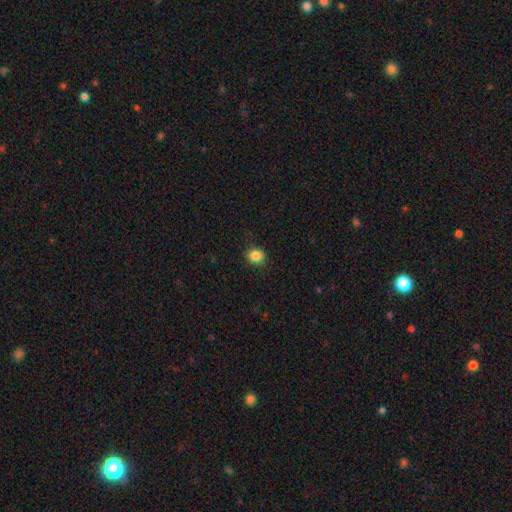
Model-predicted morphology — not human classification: Q: Smooth or featured?
A: smooth (85%); runner-up: star or artifact (10%)
Q: How rounded?
A: round (81%); runner-up: in between (18%)
Q: Merging?
A: none (88%); runner-up: minor disturbance (8%)